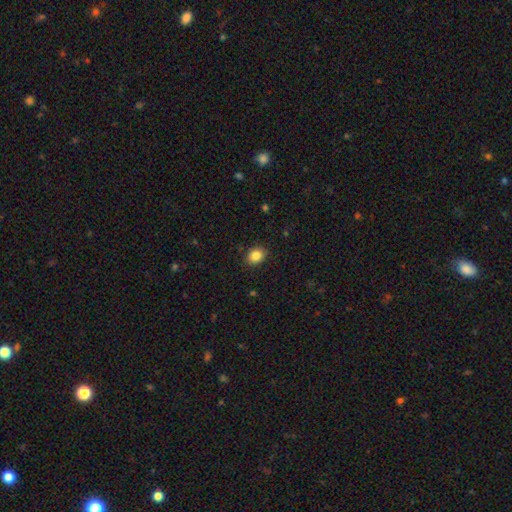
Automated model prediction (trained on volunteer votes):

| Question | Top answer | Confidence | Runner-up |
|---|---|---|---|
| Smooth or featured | smooth | 85% | star or artifact (9%) |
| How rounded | in between | 50% | round (49%) |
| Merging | none | 88% | minor disturbance (9%) |